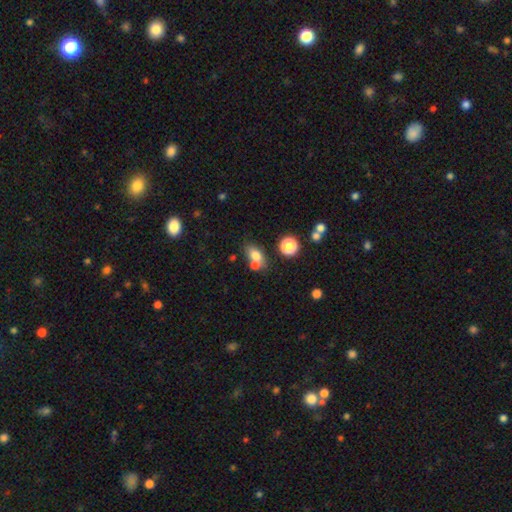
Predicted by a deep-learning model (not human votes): Overall: smooth (72%). How rounded: in between (72%). Merging: none (43%; merger 40%).